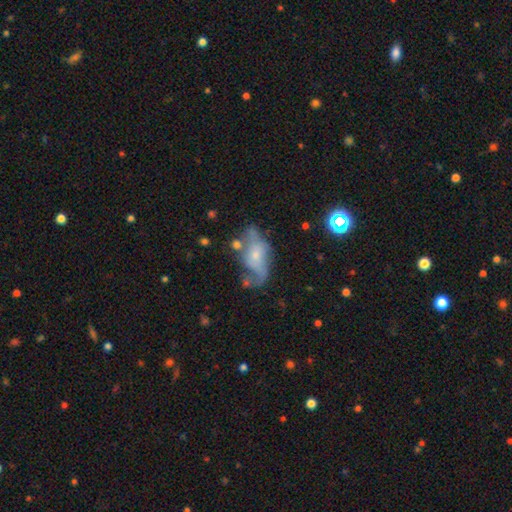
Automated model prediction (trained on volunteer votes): The model was most divided on "merging": none: 36%, major disturbance: 30%, minor disturbance: 26%, merger: 9%. More confident: edge-on disk — no (91%); bar — no (69%); spiral arms — yes (65%); bulge size — small (61%); smooth or featured — featured or disk (58%).